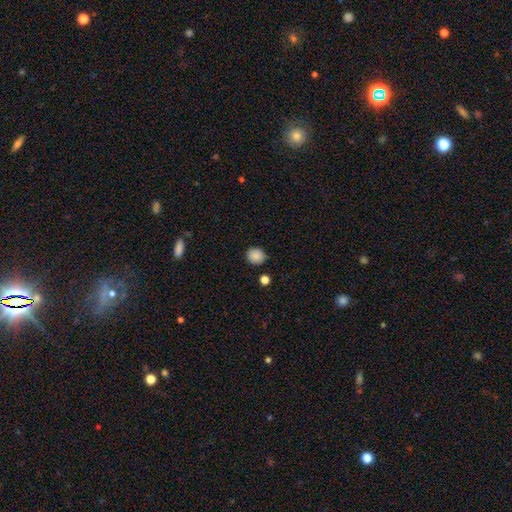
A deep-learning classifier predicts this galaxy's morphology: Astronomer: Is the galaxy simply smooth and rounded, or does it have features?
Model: smooth — 87%.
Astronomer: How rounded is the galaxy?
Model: round — 81%.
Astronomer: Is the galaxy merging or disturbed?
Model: none — 86%.